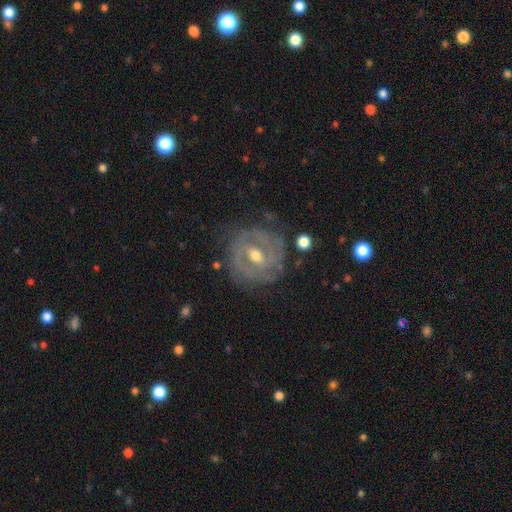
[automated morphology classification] This is clearly a featured or disk galaxy (86%). It is clearly not viewed edge-on (96%). Bar: possibly weak (49%). Spiral arm pattern: clearly yes (90%). Spiral arm count: possibly 2 (45%). Spiral winding: likely tight (70%). Central bulge: likely moderate (67%). Merging: likely none (77%).